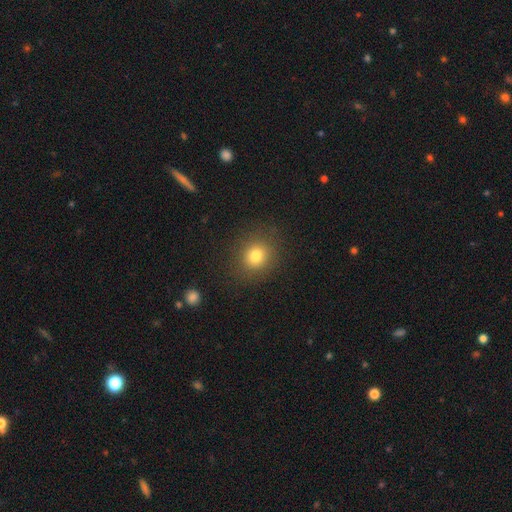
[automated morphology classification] Smooth or featured? smooth (79%)
How rounded? round (79%)
Merging? none (87%)